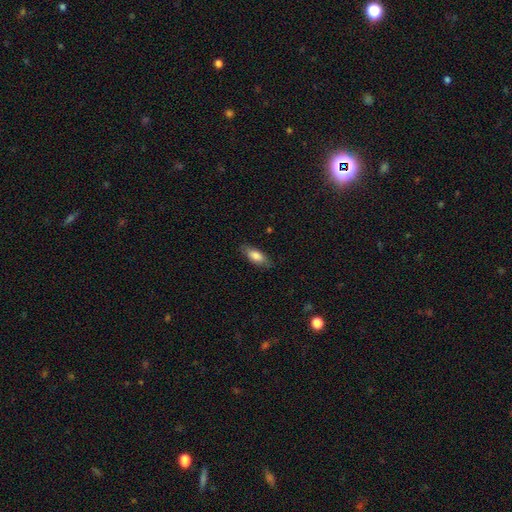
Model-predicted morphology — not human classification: Smooth or featured? smooth (79%)
How rounded? in between (77%)
Merging? none (81%)